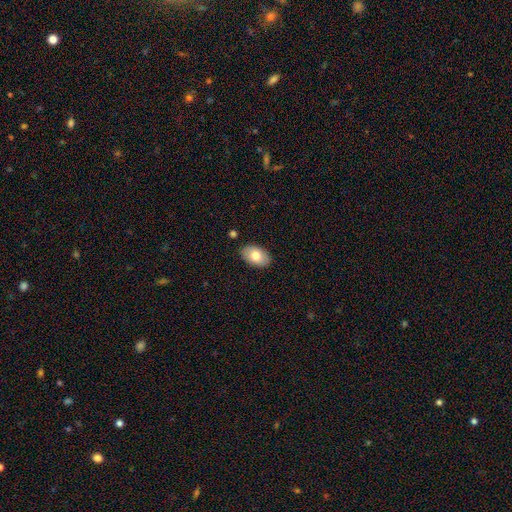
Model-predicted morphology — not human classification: Smooth or featured? smooth (77%)
How rounded? in between (91%)
Merging? none (87%)